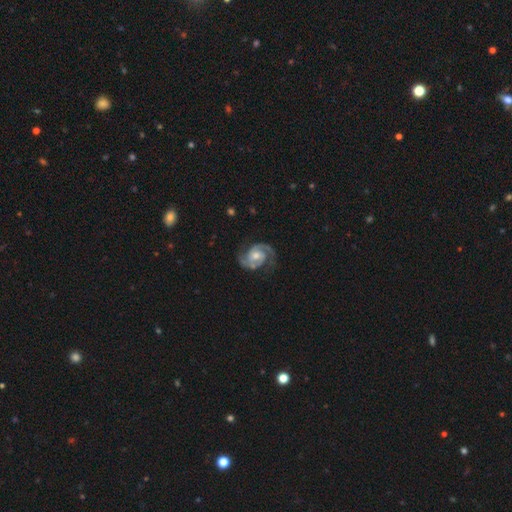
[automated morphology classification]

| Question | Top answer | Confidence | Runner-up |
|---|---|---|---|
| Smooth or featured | featured or disk | 92% | star or artifact (4%) |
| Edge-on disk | no | 98% | yes (2%) |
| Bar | no | 55% | weak (35%) |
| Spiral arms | yes | 98% | no (2%) |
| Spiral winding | medium | 48% | tight (44%) |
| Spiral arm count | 2 | 93% | 3 (2%) |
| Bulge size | moderate | 64% | small (28%) |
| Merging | none | 80% | minor disturbance (14%) |